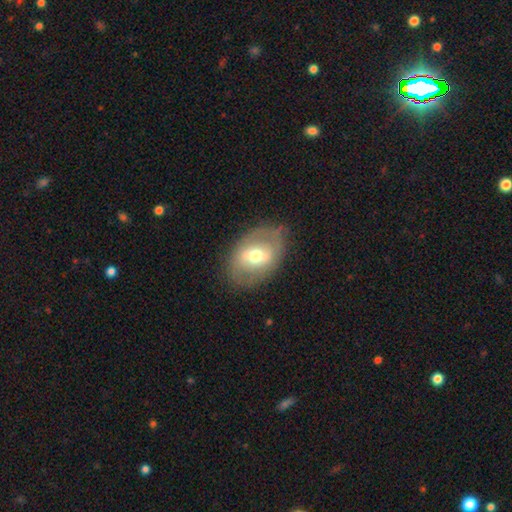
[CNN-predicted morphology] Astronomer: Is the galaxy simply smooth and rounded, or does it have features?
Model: featured or disk — 51% (runner-up: smooth, 41%).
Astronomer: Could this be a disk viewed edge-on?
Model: no — 92%.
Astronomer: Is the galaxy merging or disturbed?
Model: none — 76%.